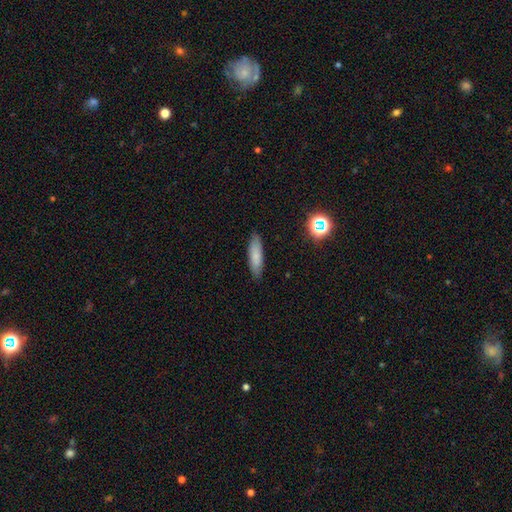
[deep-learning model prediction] Smooth or featured?
  - smooth: 80% *
  - featured or disk: 13%
  - star or artifact: 8%
How rounded?
  - cigar-shaped: 64% *
  - in between: 34%
  - round: 2%
Merging?
  - none: 88% *
  - minor disturbance: 9%
  - major disturbance: 2%
  - merger: 1%